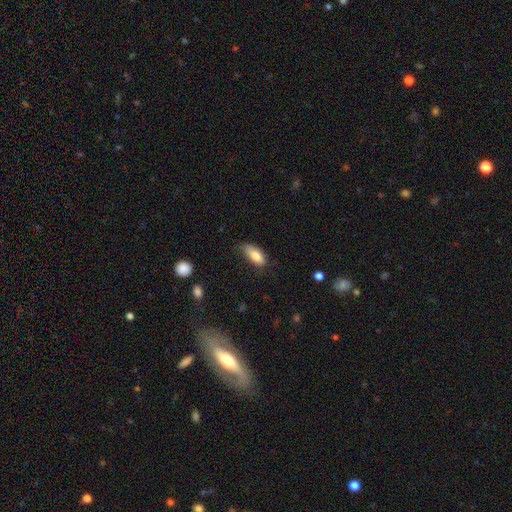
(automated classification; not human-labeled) The model was most divided on "merging": none: 51%, minor disturbance: 37%, major disturbance: 10%, merger: 2%. More confident: how rounded — in between (85%); smooth or featured — smooth (83%).